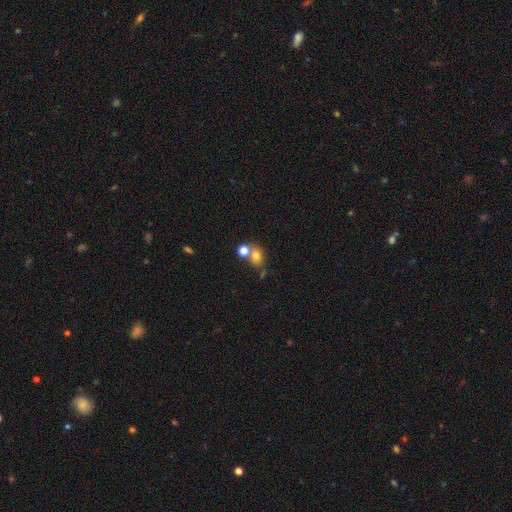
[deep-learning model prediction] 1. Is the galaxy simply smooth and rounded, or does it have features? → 75% smooth, 13% star or artifact, 11% featured or disk.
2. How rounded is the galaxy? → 55% round, 44% in between, 1% cigar-shaped.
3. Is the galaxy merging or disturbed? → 50% none, 34% merger, 11% minor disturbance, 5% major disturbance.